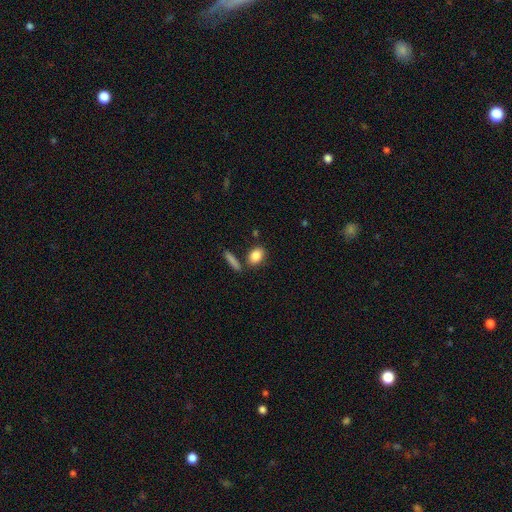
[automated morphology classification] smooth_or_featured: smooth (p=0.86) [alt: star or artifact p=0.07]
how_rounded: in between (p=0.72) [alt: round p=0.23]
merging: none (p=0.74) [alt: merger p=0.11]